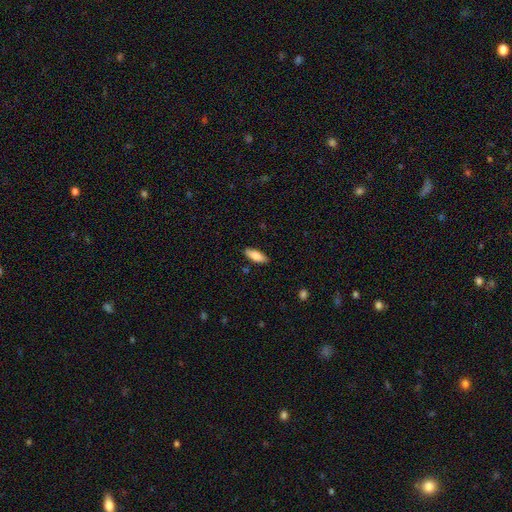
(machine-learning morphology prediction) A smooth galaxy with no disk features (82%) that is in between round and cigar-shaped (67%). Merging: none (87%).